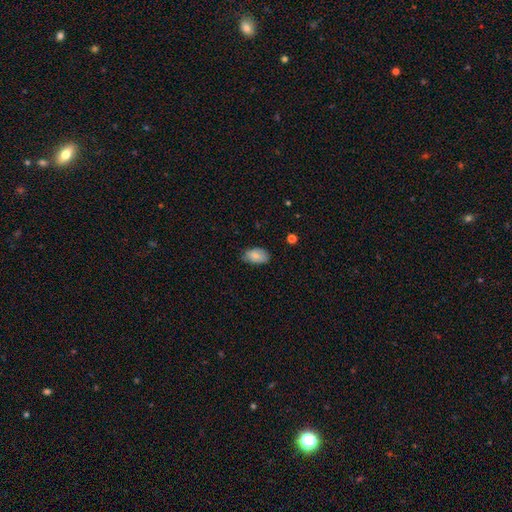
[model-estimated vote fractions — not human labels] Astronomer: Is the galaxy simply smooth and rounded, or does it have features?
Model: smooth — 83%.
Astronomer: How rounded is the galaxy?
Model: in between — 92%.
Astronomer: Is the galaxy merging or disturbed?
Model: none — 72%.